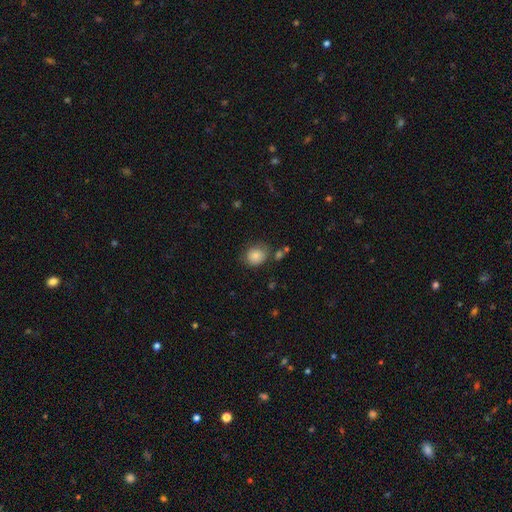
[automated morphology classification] This is clearly a smooth galaxy (84%). How rounded: likely round (68%). Merging: likely none (72%).